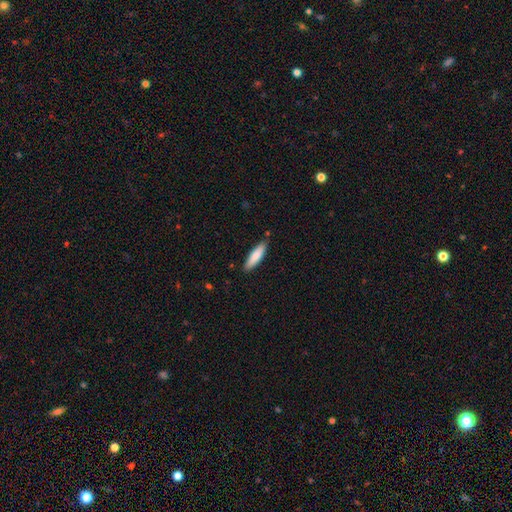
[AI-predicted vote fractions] smooth 82%, featured or disk 13%, star or artifact 5%. Down the decision tree: how rounded — cigar-shaped (65%); merging — none (84%).